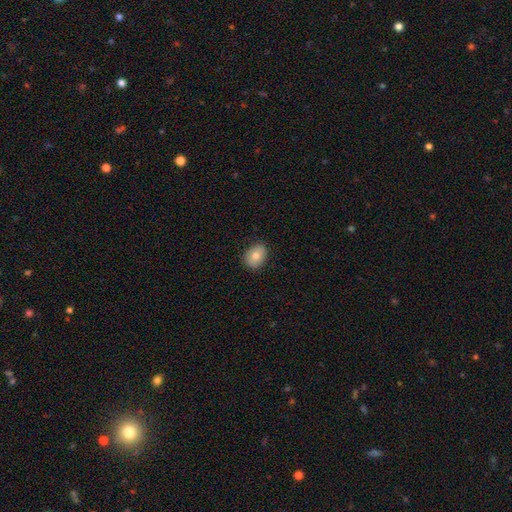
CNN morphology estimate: type=smooth (77%); roundness=in between (60%); merging=none (86%).